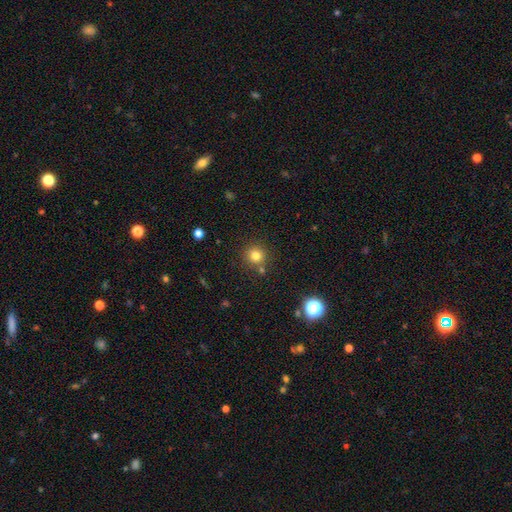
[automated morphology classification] Smooth or featured?
  - smooth: 78% *
  - star or artifact: 15%
  - featured or disk: 7%
How rounded?
  - round: 94% *
  - in between: 5%
  - cigar-shaped: 1%
Merging?
  - none: 82% *
  - merger: 8%
  - minor disturbance: 7%
  - major disturbance: 3%